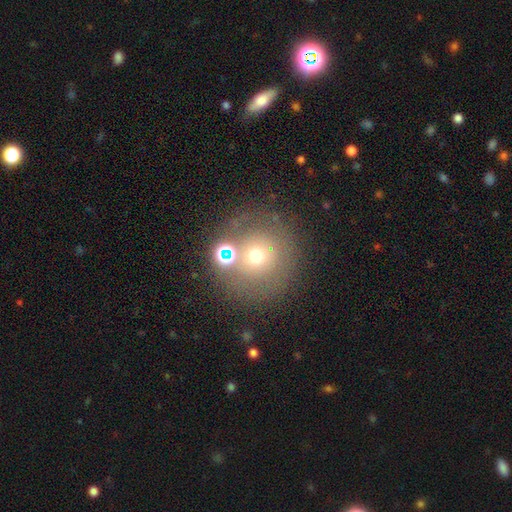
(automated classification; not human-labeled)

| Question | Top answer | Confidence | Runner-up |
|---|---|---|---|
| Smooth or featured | smooth | 62% | star or artifact (21%) |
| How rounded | round | 89% | in between (10%) |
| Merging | none | 67% | merger (13%) |